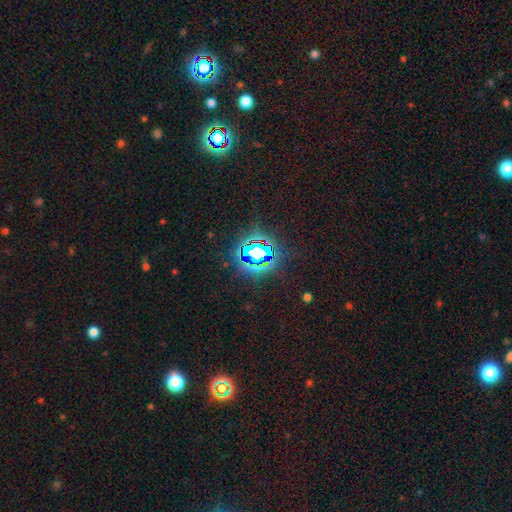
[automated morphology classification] This is likely a star or artifact rather than a galaxy (79%).